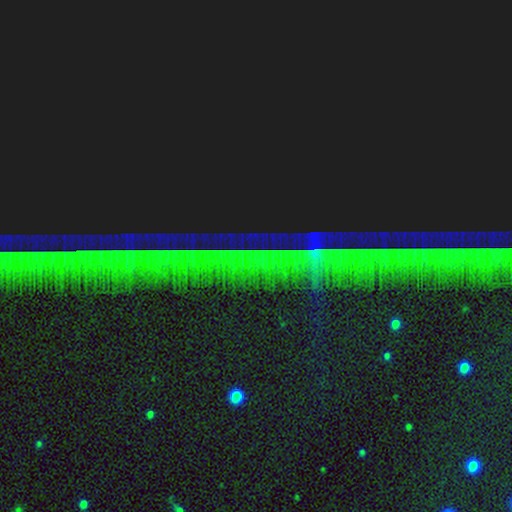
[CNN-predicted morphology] This appears to be a star or artifact, not a galaxy (88%).